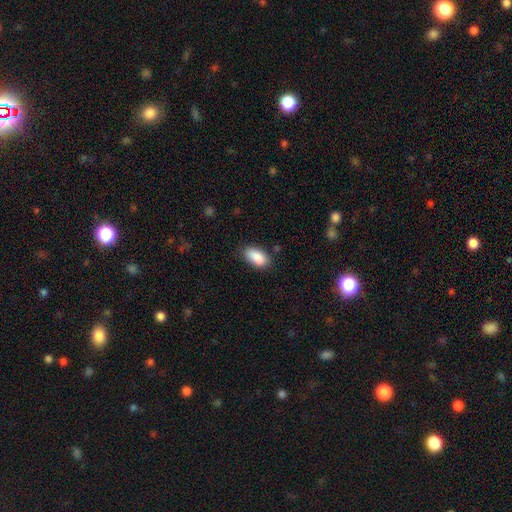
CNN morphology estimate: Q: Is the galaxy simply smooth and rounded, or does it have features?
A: smooth — 89%.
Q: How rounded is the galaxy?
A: in between — 92%.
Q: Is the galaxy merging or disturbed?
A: none — 79%.